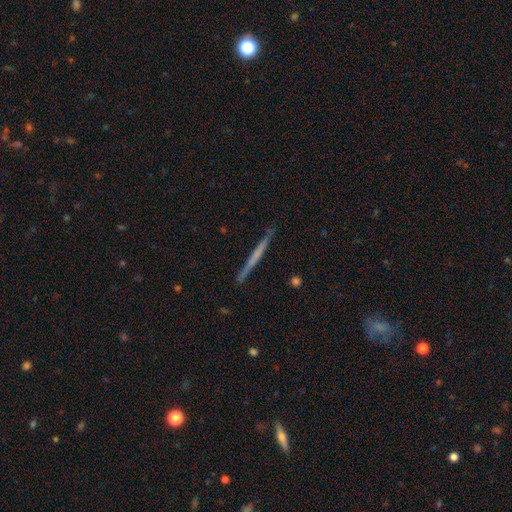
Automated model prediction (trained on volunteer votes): Q: Smooth or featured?
A: featured or disk (53%); runner-up: smooth (41%)
Q: Edge-on disk?
A: yes (97%); runner-up: no (3%)
Q: Edge-on bulge?
A: none (87%); runner-up: rounded (8%)
Q: Merging?
A: none (90%); runner-up: minor disturbance (7%)